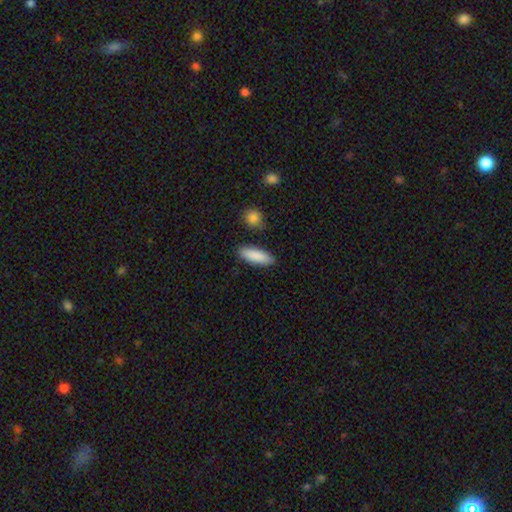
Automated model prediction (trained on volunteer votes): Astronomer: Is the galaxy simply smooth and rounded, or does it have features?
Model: smooth — 88%.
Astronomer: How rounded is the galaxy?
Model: in between — 55% (runner-up: cigar-shaped, 42%).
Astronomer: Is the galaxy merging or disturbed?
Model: none — 87%.